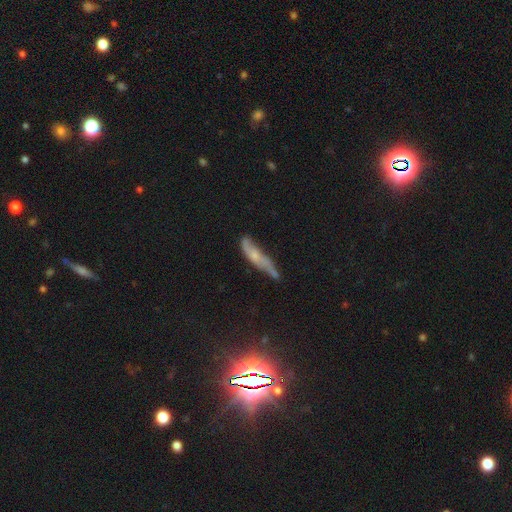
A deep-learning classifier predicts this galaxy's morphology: smooth-or-featured: featured or disk: 49% | smooth: 40% | star or artifact: 11%
  merging: none: 43% | minor disturbance: 35% | major disturbance: 16% | merger: 6%